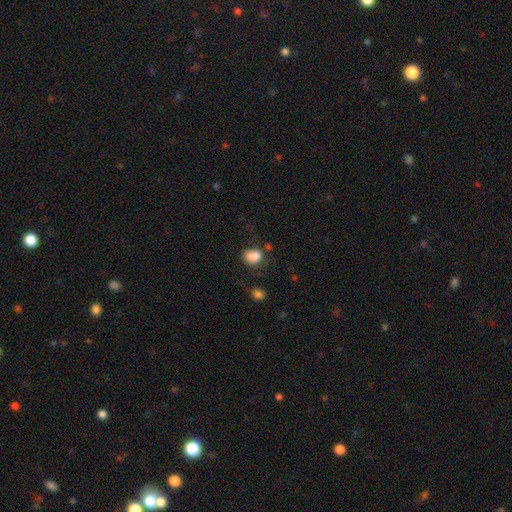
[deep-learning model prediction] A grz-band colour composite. It shows a smooth galaxy with no disk features (84%) that is in between round and cigar-shaped (51%). Merging: none (54%).